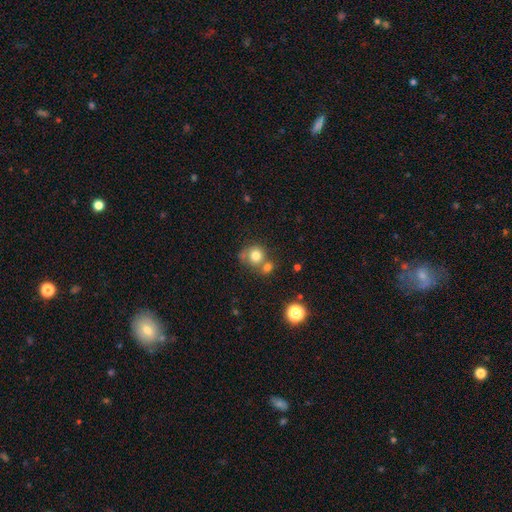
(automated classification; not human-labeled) The model was most divided on "merging": none: 46%, merger: 36%, minor disturbance: 13%, major disturbance: 6%. More confident: how rounded — round (84%); smooth or featured — smooth (77%).